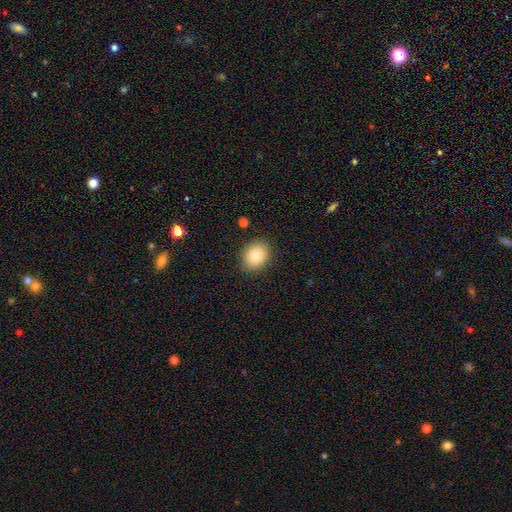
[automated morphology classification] type=smooth (85%); roundness=in between (60%); merging=none (88%).